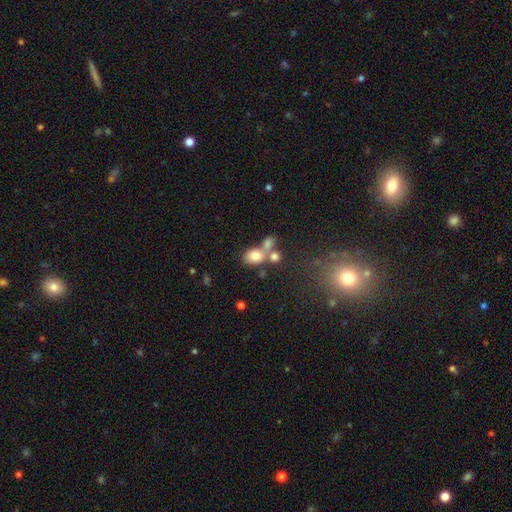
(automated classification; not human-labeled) Smooth or featured? Predicted: smooth (p=0.76). How rounded? Predicted: in between (p=0.68). Merging? Predicted: merger (p=0.48).